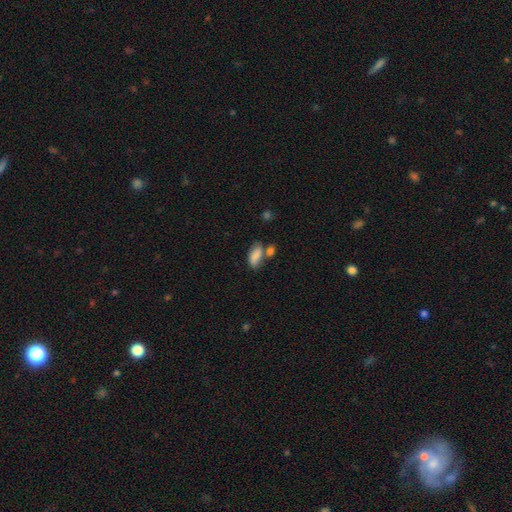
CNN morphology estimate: smooth_or_featured: smooth (p=0.81) [alt: featured or disk p=0.11]
how_rounded: in between (p=0.87) [alt: cigar-shaped p=0.08]
merging: none (p=0.45) [alt: merger p=0.31]